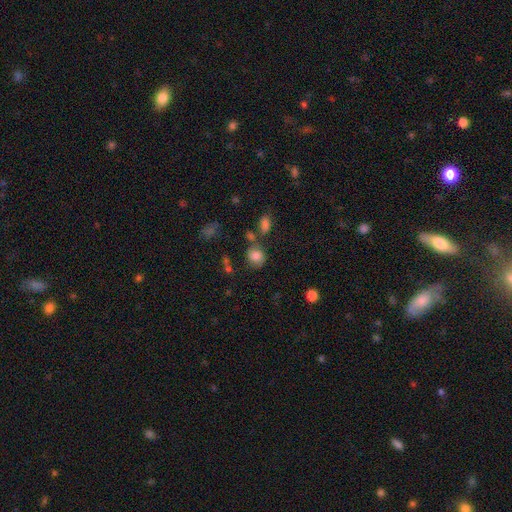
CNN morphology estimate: Overall: smooth (80%). How rounded: round (74%). Merging: none (63%).